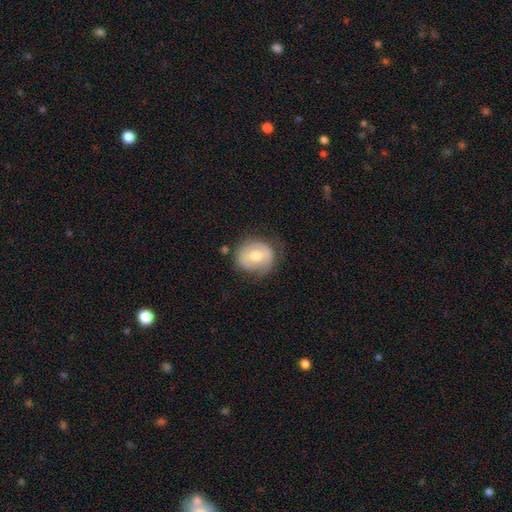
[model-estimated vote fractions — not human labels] Smooth or featured? featured or disk (47%)
Merging? none (67%)